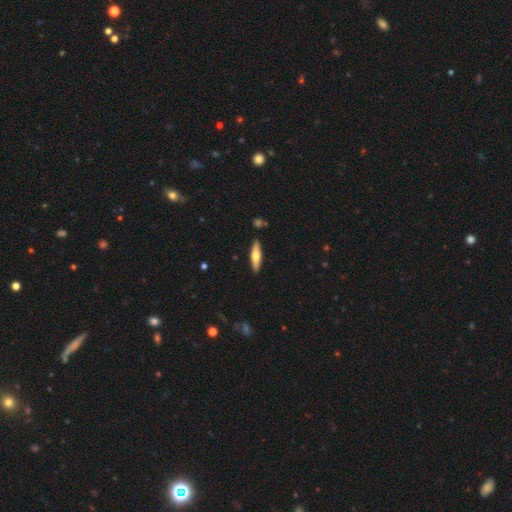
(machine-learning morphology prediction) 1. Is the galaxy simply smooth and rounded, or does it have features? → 50% smooth, 45% featured or disk, 5% star or artifact.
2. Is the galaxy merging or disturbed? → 89% none, 8% minor disturbance, 2% merger, 2% major disturbance.